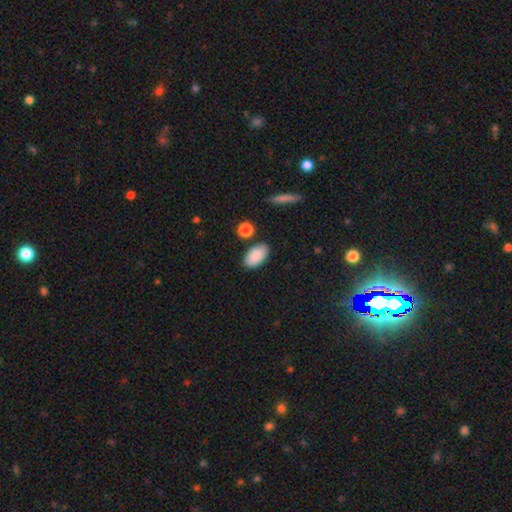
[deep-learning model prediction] Smooth or featured? Predicted: smooth (p=0.87). How rounded? Predicted: in between (p=0.94). Merging? Predicted: none (p=0.82).